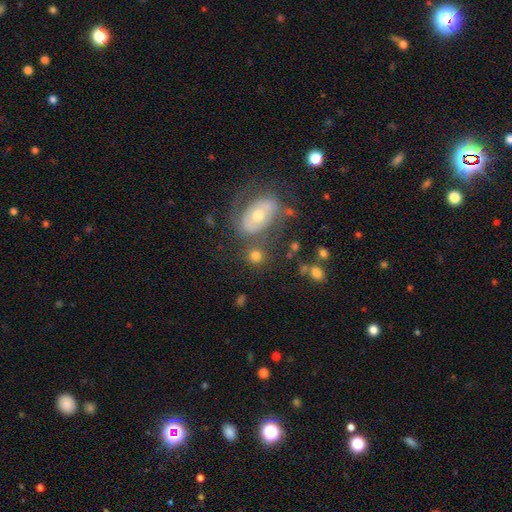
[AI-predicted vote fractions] This is likely a smooth galaxy (70%). How rounded: likely round (72%). Merging: likely none (67%).